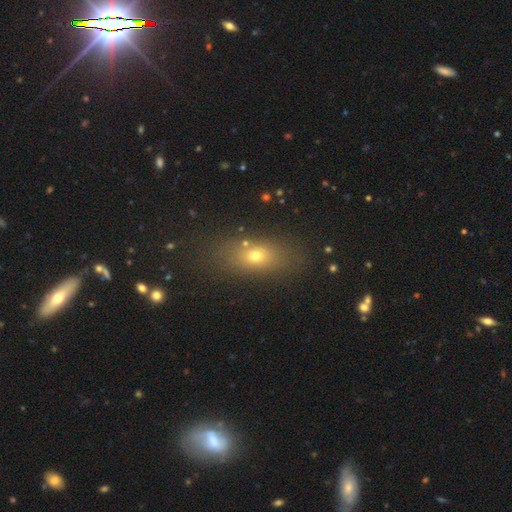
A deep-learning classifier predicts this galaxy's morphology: Smooth or featured?
  - smooth: 69% *
  - featured or disk: 16%
  - star or artifact: 15%
How rounded?
  - in between: 74% *
  - round: 16%
  - cigar-shaped: 10%
Merging?
  - none: 80% *
  - minor disturbance: 11%
  - major disturbance: 5%
  - merger: 3%